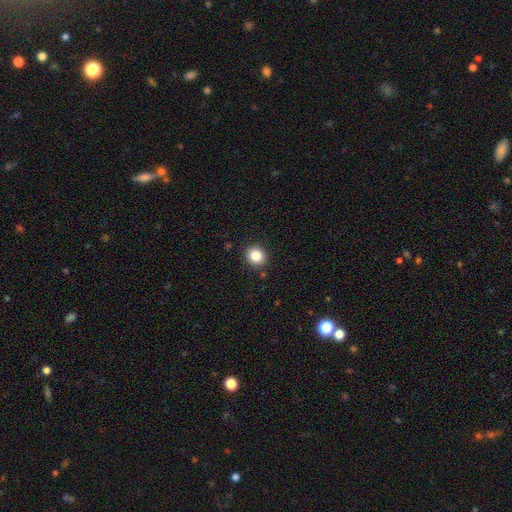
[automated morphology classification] This appears to be a smooth galaxy with no disk features (85%) that is round (87%). Merging: none (90%).